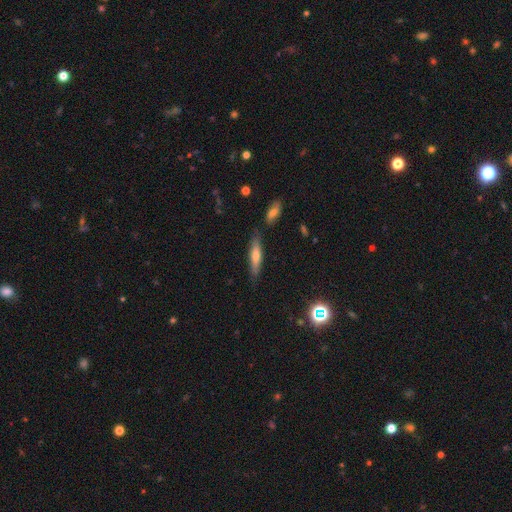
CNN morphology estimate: Q: Smooth or featured?
A: smooth (55%); runner-up: featured or disk (37%)
Q: How rounded?
A: cigar-shaped (80%); runner-up: in between (18%)
Q: Merging?
A: none (80%); runner-up: minor disturbance (12%)